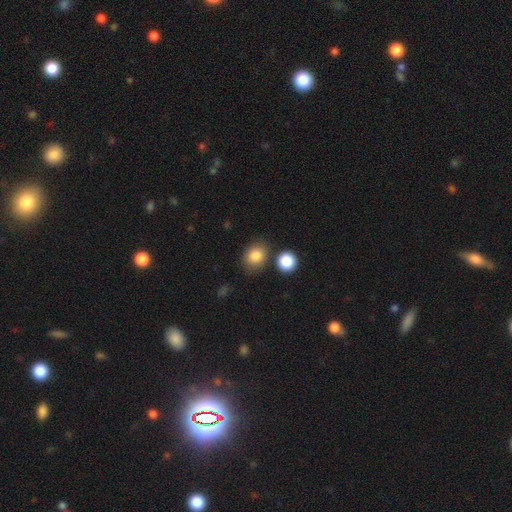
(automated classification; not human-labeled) Smooth or featured? Predicted: smooth (p=0.85). How rounded? Predicted: in between (p=0.53). Merging? Predicted: none (p=0.72).